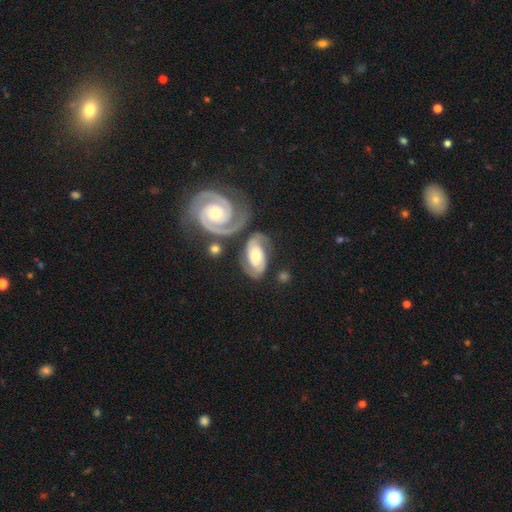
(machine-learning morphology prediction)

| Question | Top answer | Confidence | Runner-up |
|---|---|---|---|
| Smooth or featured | featured or disk | 75% | smooth (20%) |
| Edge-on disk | no | 96% | yes (4%) |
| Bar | no | 58% | weak (28%) |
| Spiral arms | yes | 95% | no (5%) |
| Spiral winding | tight | 57% | medium (35%) |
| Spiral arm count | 2 | 84% | can't tell (6%) |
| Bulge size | moderate | 60% | small (25%) |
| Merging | none | 53% | minor disturbance (19%) |